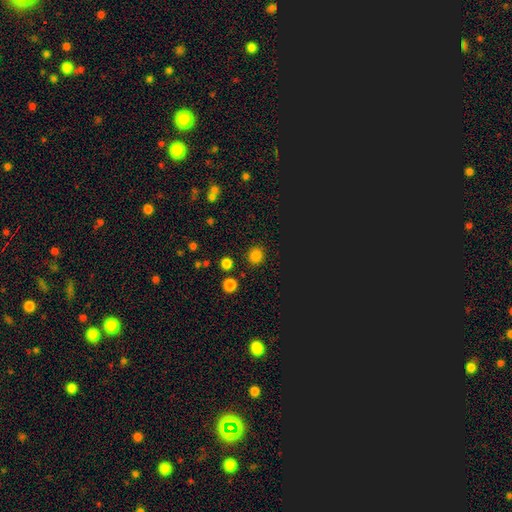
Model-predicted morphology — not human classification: This appears to be a smooth galaxy with no disk features (79%) that is round (85%). Merging: none (88%).